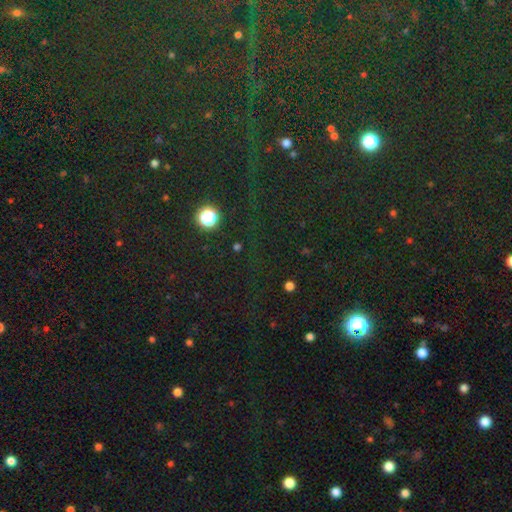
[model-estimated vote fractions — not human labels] A star or artifact, not a galaxy (80%).

Vote fractions:
- Smooth or featured? star or artifact: 80% / smooth: 13% / featured or disk: 7%